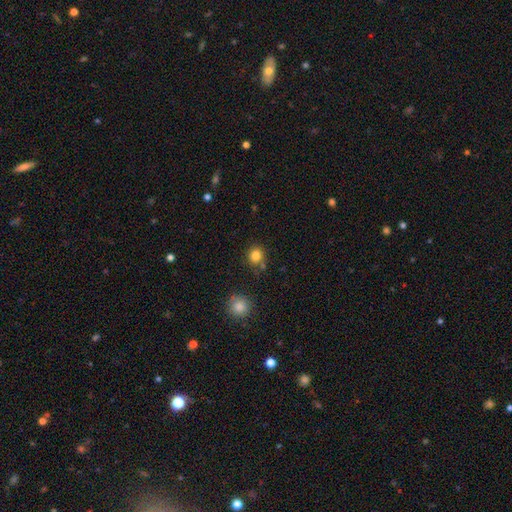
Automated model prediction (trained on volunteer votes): This appears to be a smooth galaxy with no disk features (83%) that is round (88%). Merging: none (77%).